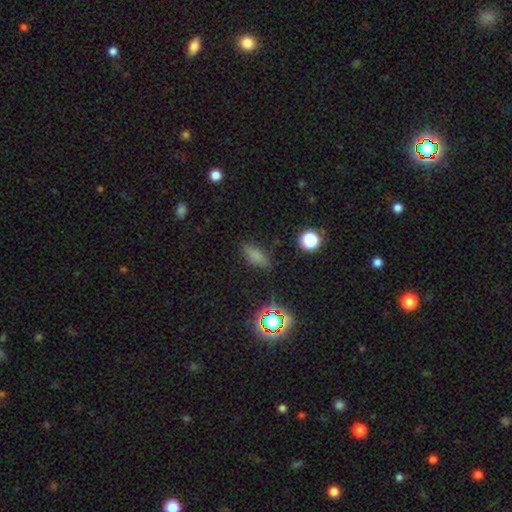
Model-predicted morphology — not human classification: Smooth or featured? Predicted: smooth (p=0.71). How rounded? Predicted: in between (p=0.71). Merging? Predicted: none (p=0.81).